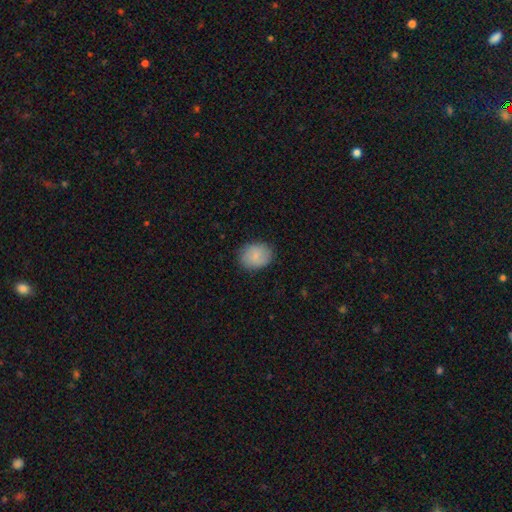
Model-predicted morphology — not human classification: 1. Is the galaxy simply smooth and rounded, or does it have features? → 83% smooth, 11% featured or disk, 7% star or artifact.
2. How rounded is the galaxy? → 50% in between, 49% round, 1% cigar-shaped.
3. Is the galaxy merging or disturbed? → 84% none, 12% minor disturbance, 3% major disturbance, 1% merger.